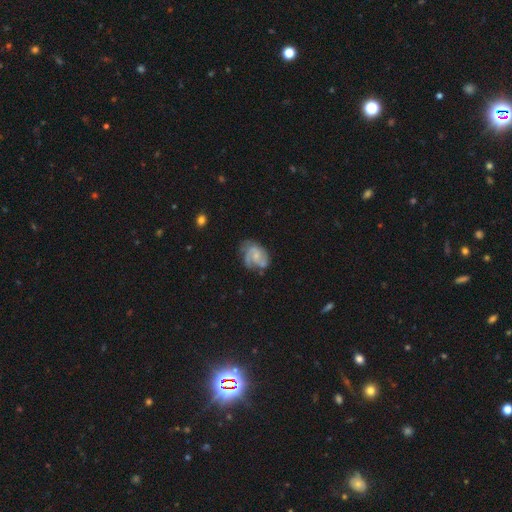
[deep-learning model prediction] A featured or disk galaxy (74%) with no bar (58%), 2 (46%) medium (46%) spiral arms (91%) and a small central bulge (54%). Merging: none (51%).